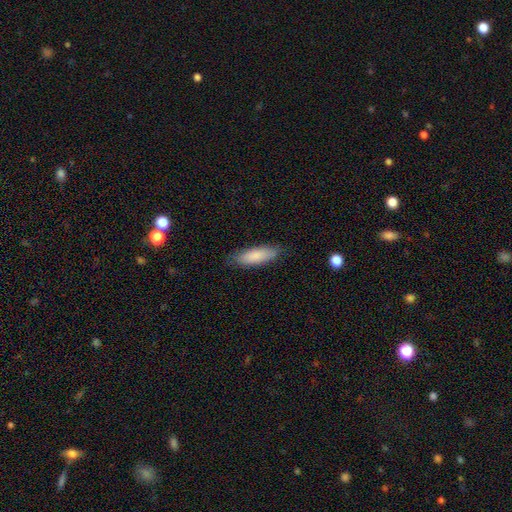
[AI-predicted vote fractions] Q: Smooth or featured?
A: smooth (84%); runner-up: featured or disk (10%)
Q: How rounded?
A: cigar-shaped (51%); runner-up: in between (47%)
Q: Merging?
A: none (83%); runner-up: minor disturbance (13%)